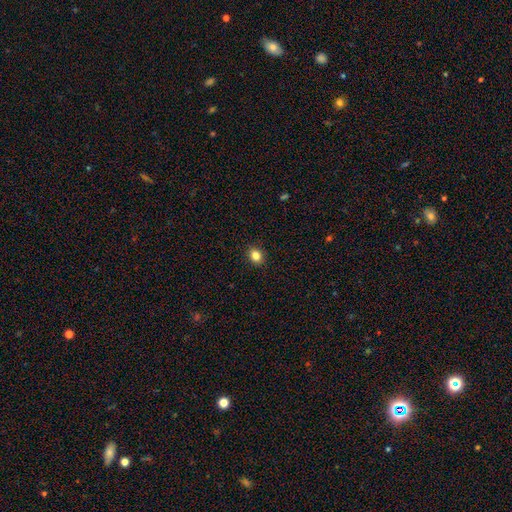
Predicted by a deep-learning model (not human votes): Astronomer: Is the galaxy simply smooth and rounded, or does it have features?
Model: smooth — 84%.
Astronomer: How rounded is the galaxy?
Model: round — 51% (runner-up: in between, 48%).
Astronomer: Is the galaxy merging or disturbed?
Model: none — 91%.